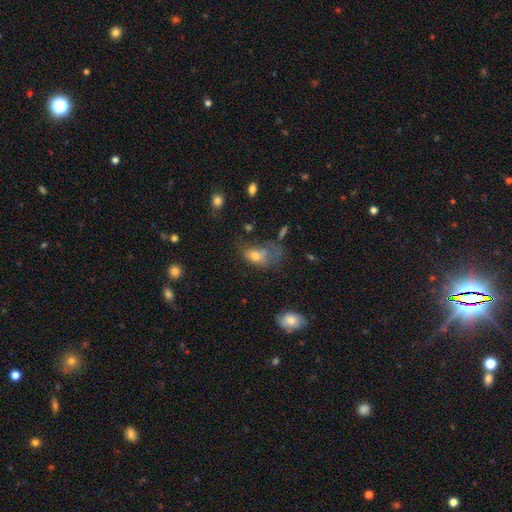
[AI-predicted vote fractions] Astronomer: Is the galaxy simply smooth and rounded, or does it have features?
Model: smooth — 64%.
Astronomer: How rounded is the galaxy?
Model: in between — 83%.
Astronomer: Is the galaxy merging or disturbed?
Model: major disturbance — 45% (runner-up: none, 22%).